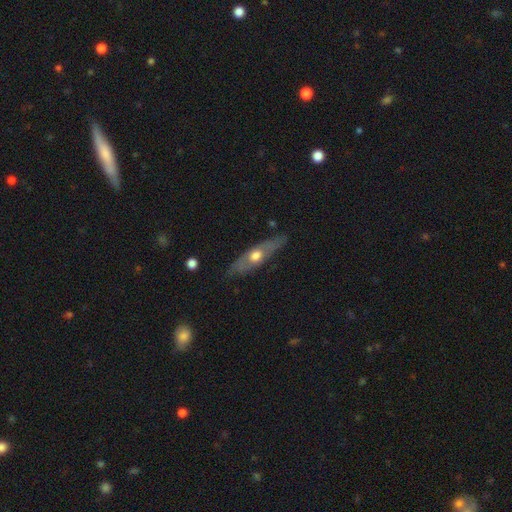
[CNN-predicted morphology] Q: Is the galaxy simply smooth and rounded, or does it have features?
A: featured or disk — 59%.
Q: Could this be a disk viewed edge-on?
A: yes — 67%.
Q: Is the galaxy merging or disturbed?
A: none — 79%.